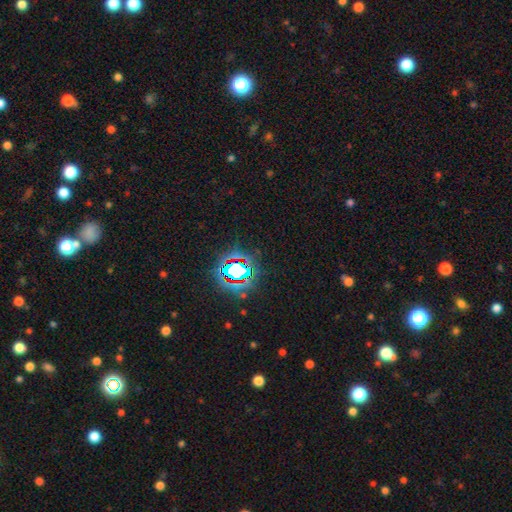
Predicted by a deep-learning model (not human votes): Morphology: type=star or artifact (79%).